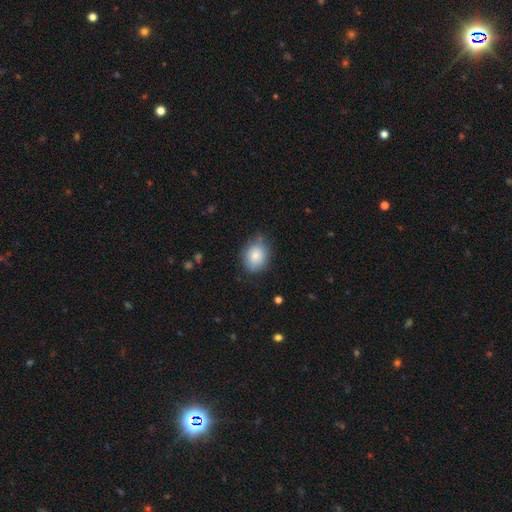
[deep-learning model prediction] This is clearly a smooth galaxy (82%). How rounded: possibly round (57%). Merging: likely none (69%).